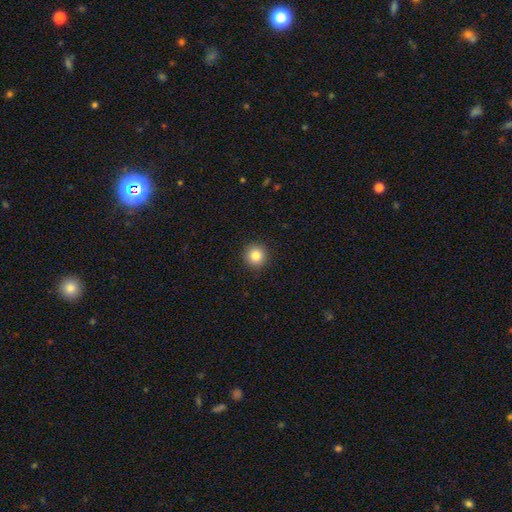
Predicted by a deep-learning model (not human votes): smooth_or_featured: smooth (p=0.85) [alt: star or artifact p=0.10]
how_rounded: round (p=0.94) [alt: in between p=0.05]
merging: none (p=0.92) [alt: minor disturbance p=0.05]